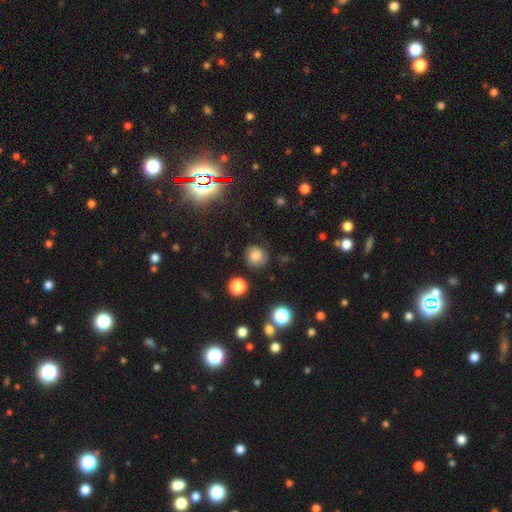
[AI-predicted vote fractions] Morphology: type=smooth (68%); roundness=round (83%); merging=none (76%).